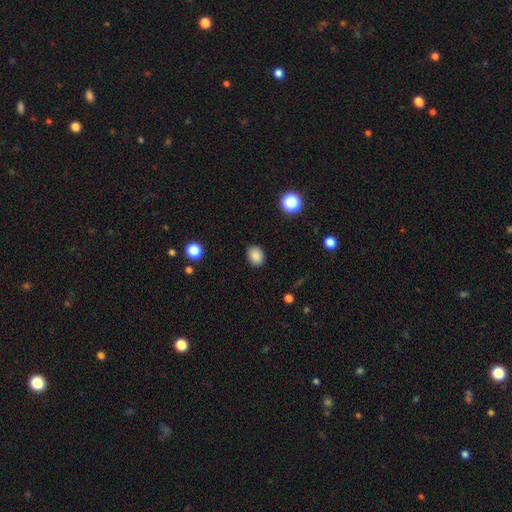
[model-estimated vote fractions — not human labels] Smooth or featured? Predicted: smooth (p=0.86). How rounded? Predicted: in between (p=0.59). Merging? Predicted: none (p=0.88).